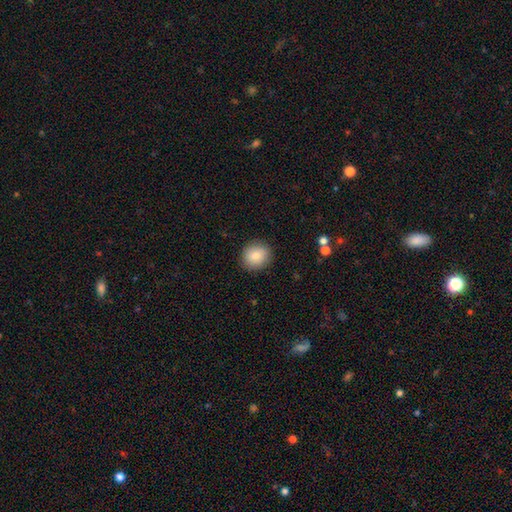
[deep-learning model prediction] Overall: smooth (84%). How rounded: round (81%). Merging: none (89%).